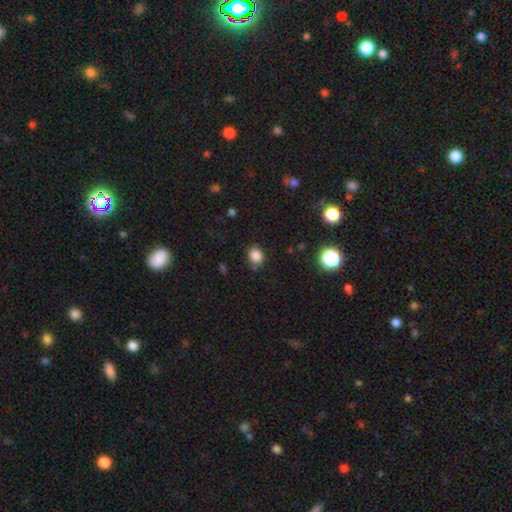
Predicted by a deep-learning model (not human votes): A smooth galaxy with no disk features (84%) that is round (53%). Merging: none (76%).